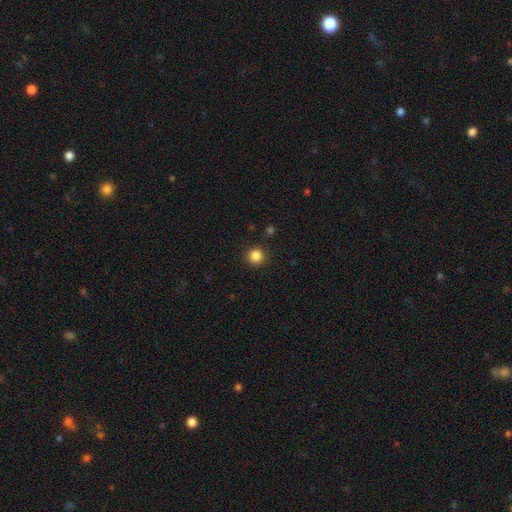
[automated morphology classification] This appears to be a smooth galaxy with no disk features (85%) that is round (94%). Merging: none (91%).